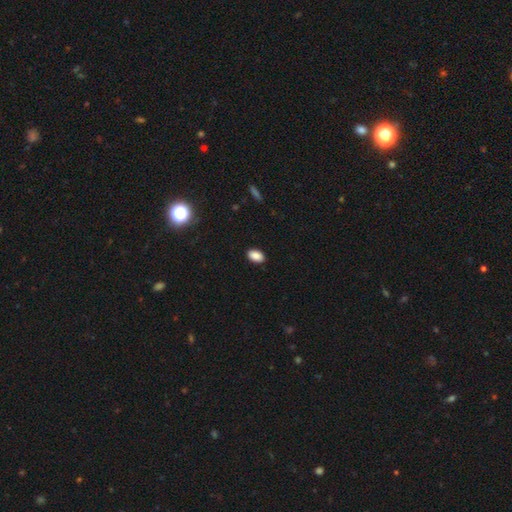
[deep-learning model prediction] Smooth or featured: smooth — 89% (star or artifact — 8%)
How rounded: in between — 91% (round — 7%)
Merging: none — 89% (minor disturbance — 8%)